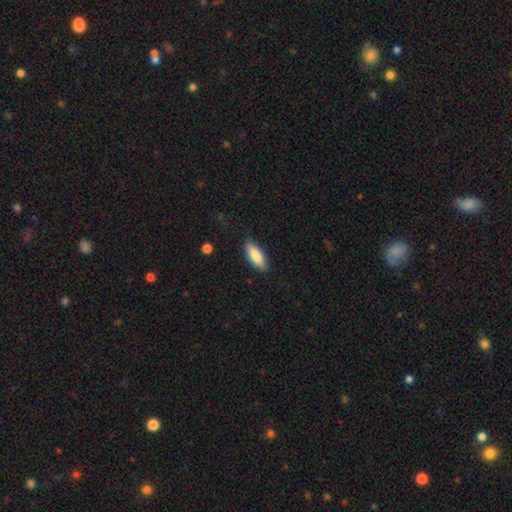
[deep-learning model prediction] Morphology: type=smooth (82%); roundness=in between (65%); merging=none (85%).